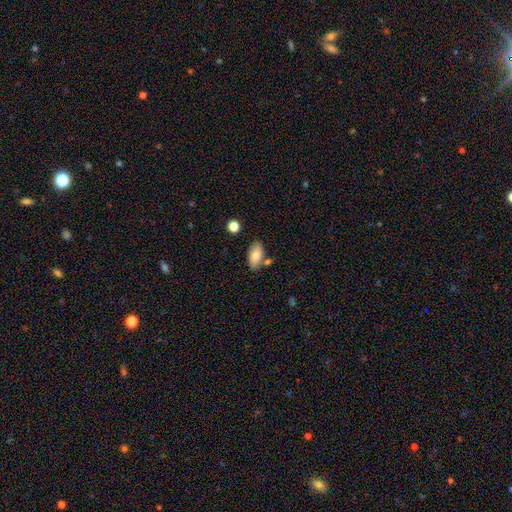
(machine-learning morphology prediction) This is likely a smooth galaxy (79%). How rounded: clearly in between (92%). Merging: likely none (75%).